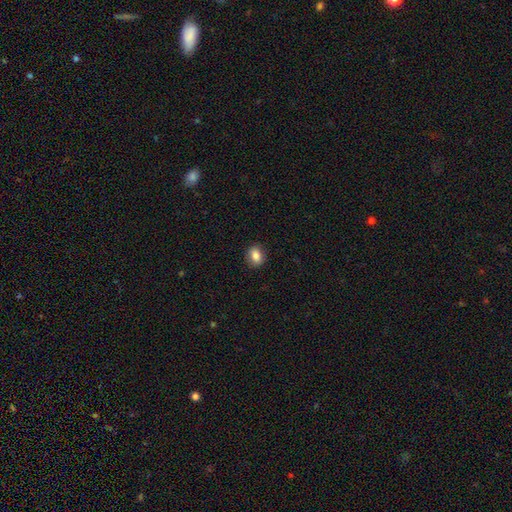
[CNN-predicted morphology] smooth 85%, star or artifact 9%, featured or disk 6%. Down the decision tree: how rounded — in between (58%); merging — none (87%).